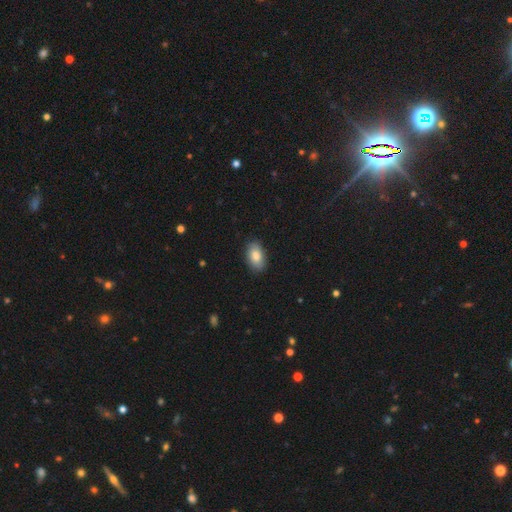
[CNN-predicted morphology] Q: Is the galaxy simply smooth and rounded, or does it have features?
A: smooth — 83%.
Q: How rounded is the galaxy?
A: in between — 92%.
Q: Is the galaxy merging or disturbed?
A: none — 86%.